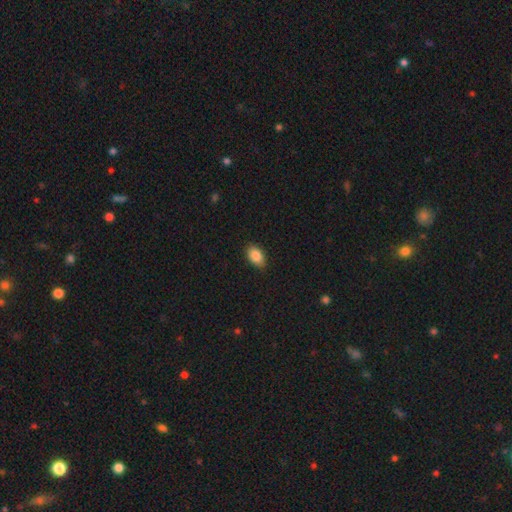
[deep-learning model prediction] smooth 87%, star or artifact 8%, featured or disk 6%. Down the decision tree: how rounded — in between (89%); merging — none (85%).